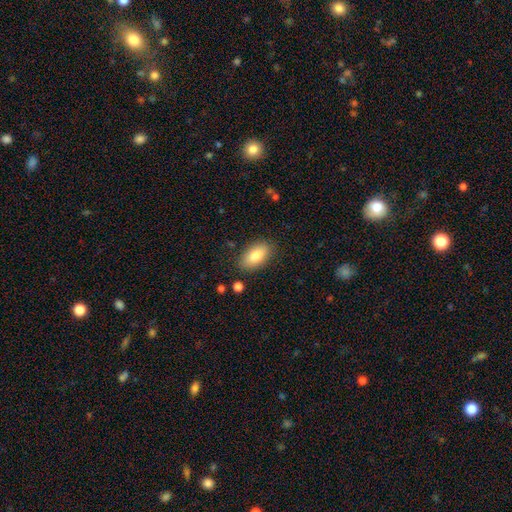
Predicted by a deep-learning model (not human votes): Smooth or featured? Predicted: smooth (p=0.85). How rounded? Predicted: in between (p=0.92). Merging? Predicted: none (p=0.84).